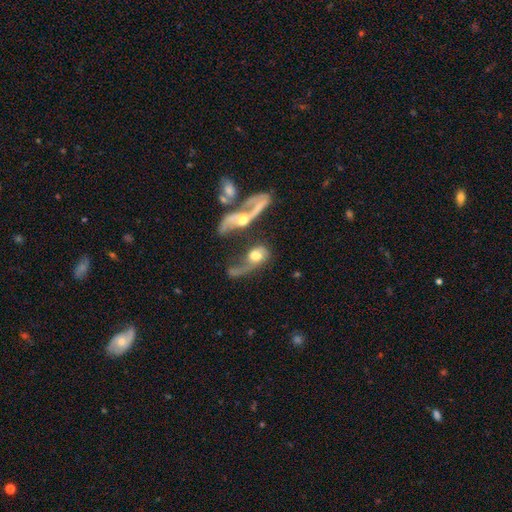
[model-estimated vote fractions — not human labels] Overall: featured or disk (56%; smooth 36%). Edge-on disk: no (91%). Bar: no (70%). Spiral arms: yes (69%; no 31%). Bulge size: moderate (55%; large 23%). Merging: merger (53%; major disturbance 24%).